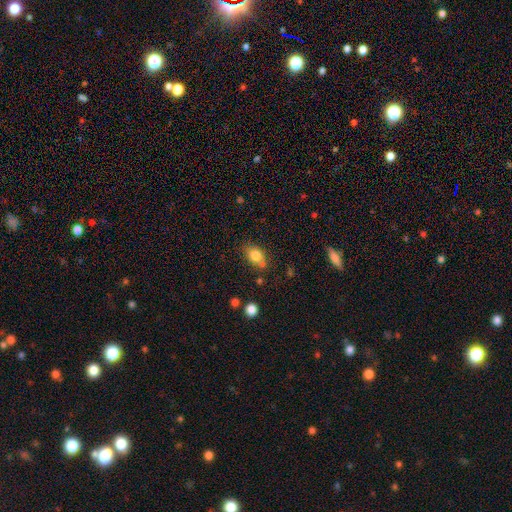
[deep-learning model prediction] smooth_or_featured: smooth (p=0.80) [alt: star or artifact p=0.10]
how_rounded: in between (p=0.71) [alt: round p=0.27]
merging: none (p=0.64) [alt: minor disturbance p=0.17]